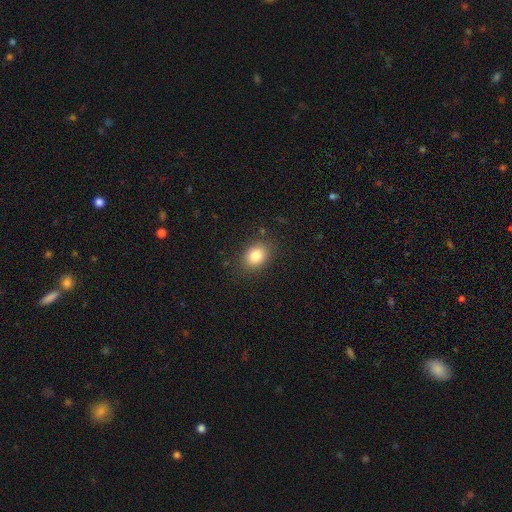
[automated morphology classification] This is clearly a smooth galaxy (83%). How rounded: possibly in between (55%). Merging: clearly none (84%).